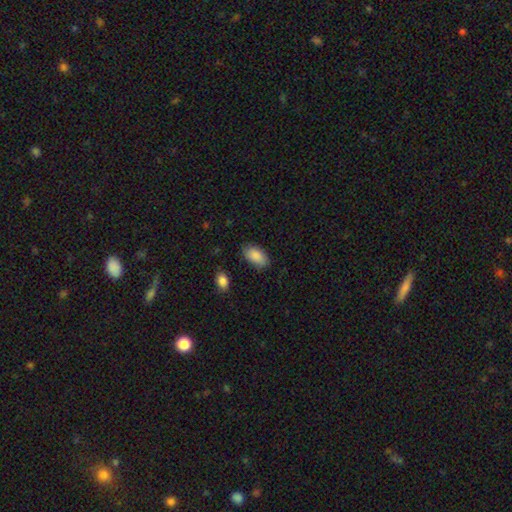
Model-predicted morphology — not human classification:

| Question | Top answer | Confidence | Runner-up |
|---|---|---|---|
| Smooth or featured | smooth | 88% | star or artifact (6%) |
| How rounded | in between | 94% | round (4%) |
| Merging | none | 82% | minor disturbance (14%) |